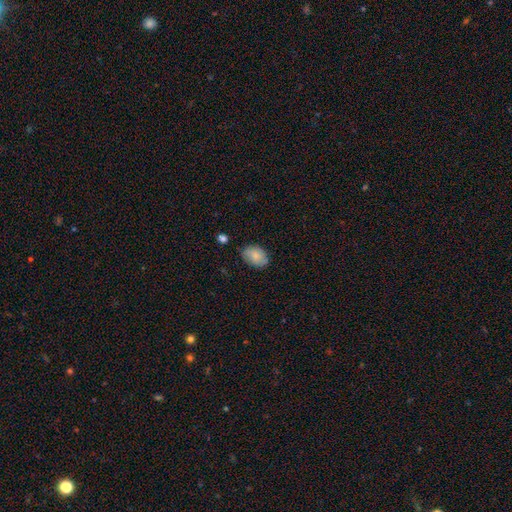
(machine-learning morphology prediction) The model was most divided on "merging": none: 73%, minor disturbance: 21%, major disturbance: 4%, merger: 2%. More confident: smooth or featured — smooth (82%); how rounded — in between (81%).